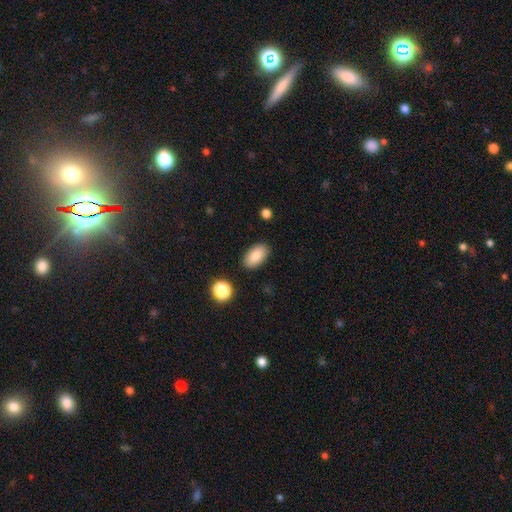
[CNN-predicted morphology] A smooth galaxy with no disk features (86%) that is in between round and cigar-shaped (94%). Merging: none (88%).